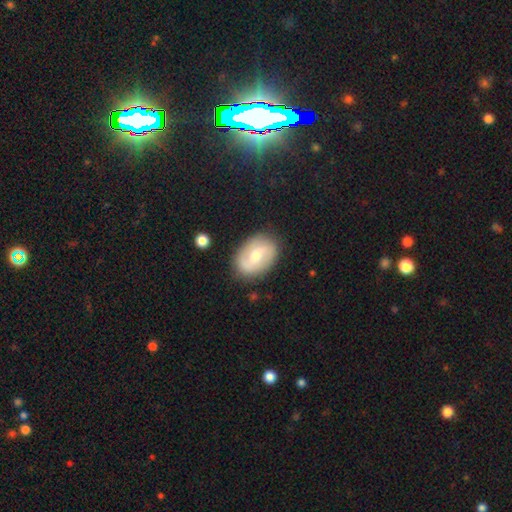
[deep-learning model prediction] Smooth or featured? Predicted: featured or disk (p=0.61). Edge-on disk? Predicted: no (p=0.96). Bar? Predicted: weak (p=0.54). Spiral arms? Predicted: yes (p=0.75). Bulge size? Predicted: moderate (p=0.68). Merging? Predicted: none (p=0.82).